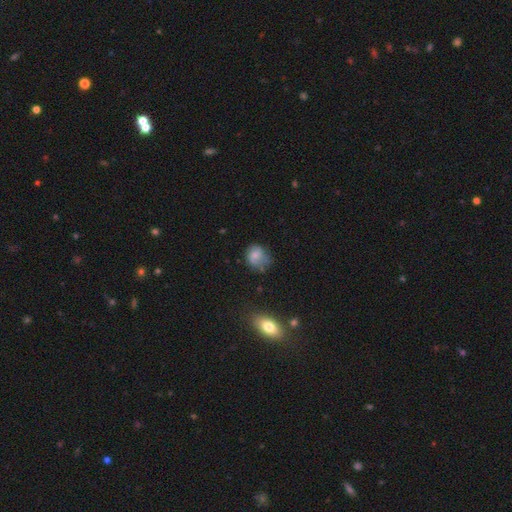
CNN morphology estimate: Smooth or featured? Predicted: smooth (p=0.63). How rounded? Predicted: round (p=0.61). Merging? Predicted: none (p=0.49).